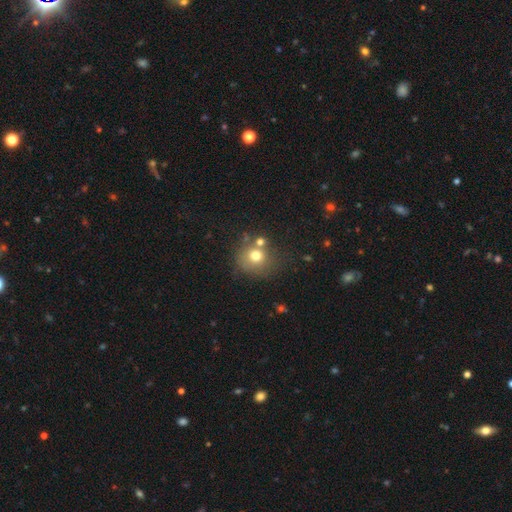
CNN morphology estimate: Smooth or featured?
  - smooth: 72% *
  - featured or disk: 14%
  - star or artifact: 14%
How rounded?
  - round: 86% *
  - in between: 13%
  - cigar-shaped: 1%
Merging?
  - none: 60% *
  - merger: 20%
  - minor disturbance: 14%
  - major disturbance: 6%